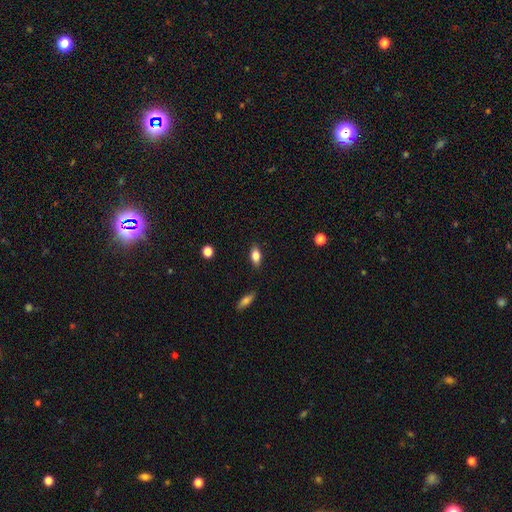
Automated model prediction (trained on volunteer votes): Smooth or featured?
  - smooth: 79% *
  - featured or disk: 13%
  - star or artifact: 8%
How rounded?
  - in between: 85% *
  - cigar-shaped: 10%
  - round: 5%
Merging?
  - none: 86% *
  - minor disturbance: 11%
  - major disturbance: 2%
  - merger: 1%